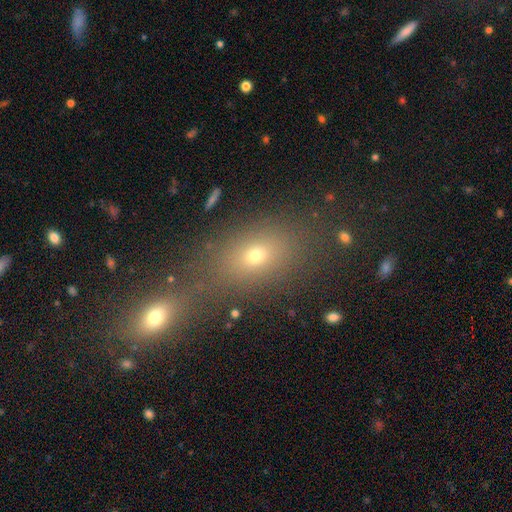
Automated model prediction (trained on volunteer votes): The model was most divided on "merging": none: 58%, merger: 24%, minor disturbance: 11%, major disturbance: 7%. More confident: how rounded — in between (70%); smooth or featured — smooth (66%).